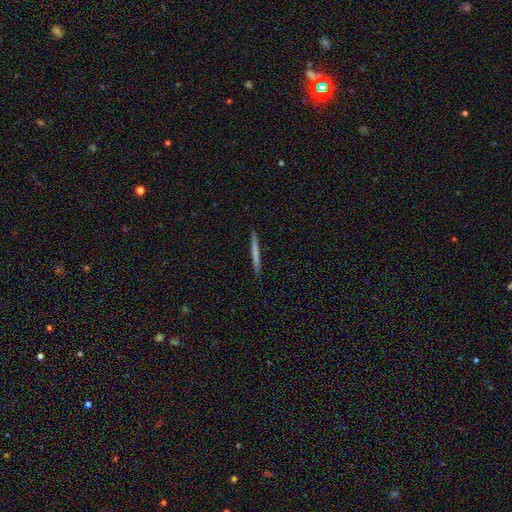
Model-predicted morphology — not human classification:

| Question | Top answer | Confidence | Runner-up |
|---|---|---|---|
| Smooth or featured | smooth | 59% | featured or disk (35%) |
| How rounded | cigar-shaped | 97% | in between (2%) |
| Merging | none | 93% | minor disturbance (5%) |